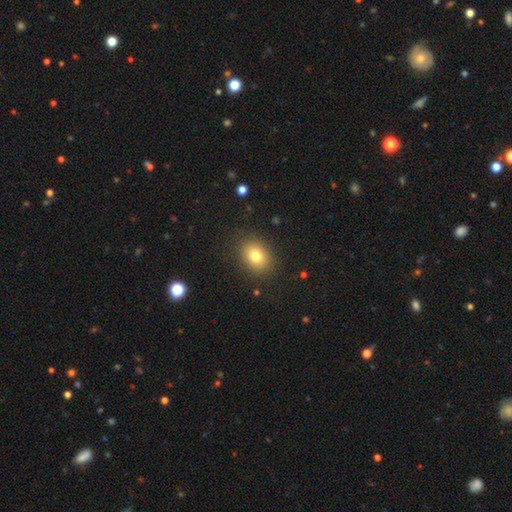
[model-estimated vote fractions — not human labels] smooth 78%, star or artifact 12%, featured or disk 10%. Down the decision tree: how rounded — round (51%); merging — none (86%).